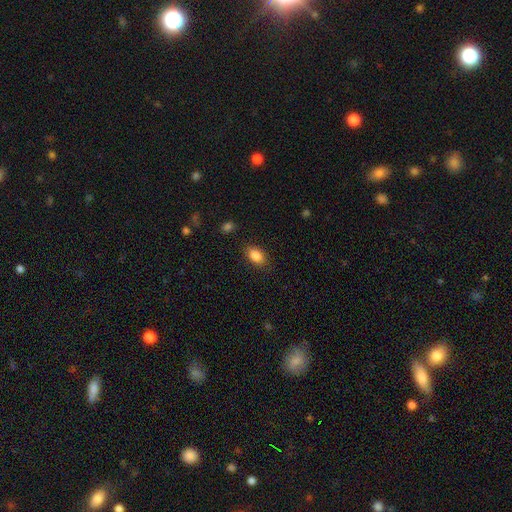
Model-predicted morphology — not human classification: The model was most divided on "merging": none: 85%, minor disturbance: 10%, major disturbance: 3%, merger: 1%. More confident: how rounded — in between (87%); smooth or featured — smooth (87%).